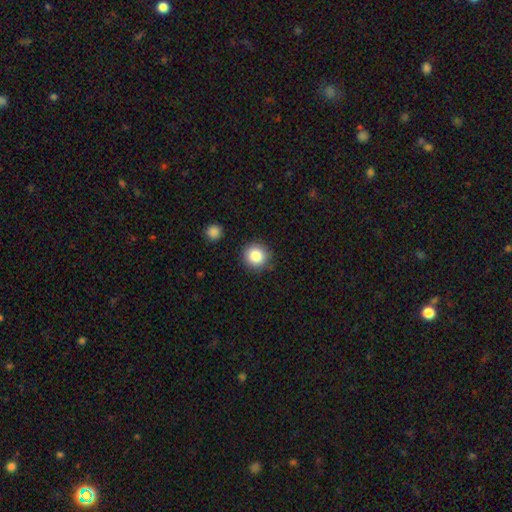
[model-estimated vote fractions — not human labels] This appears to be a smooth galaxy with no disk features (84%) that is round (94%). Merging: none (88%).